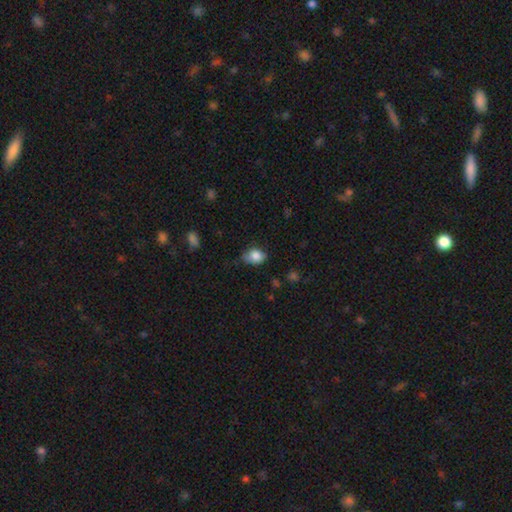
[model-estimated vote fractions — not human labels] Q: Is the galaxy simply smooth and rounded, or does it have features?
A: smooth — 84%.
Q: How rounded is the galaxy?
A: in between — 68%.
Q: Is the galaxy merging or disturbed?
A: none — 54%.